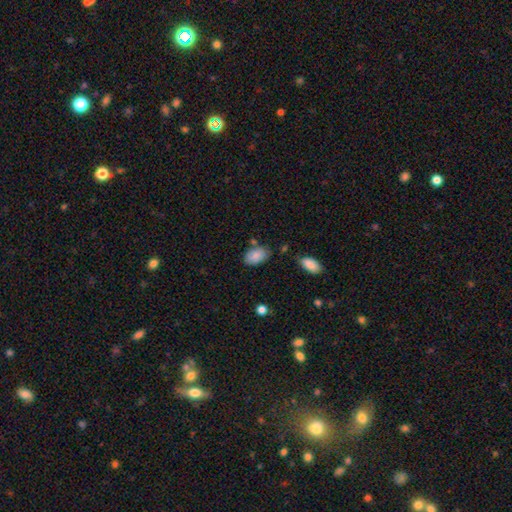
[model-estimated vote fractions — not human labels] Smooth or featured: smooth — 86% (star or artifact — 7%)
How rounded: in between — 92% (round — 6%)
Merging: none — 71% (minor disturbance — 18%)